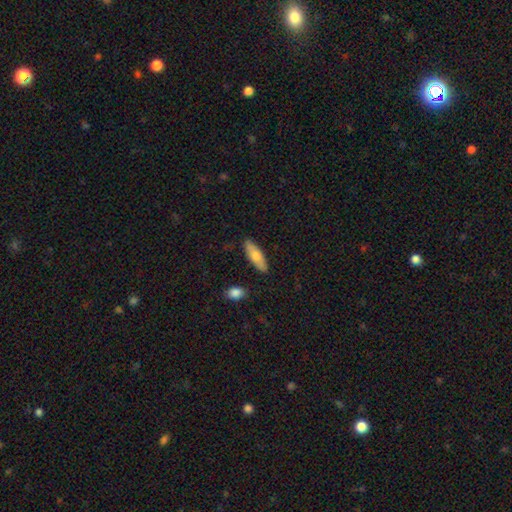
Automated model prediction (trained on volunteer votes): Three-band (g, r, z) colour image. It shows a smooth galaxy with no disk features (70%) that is in between round and cigar-shaped (53%). Merging: none (87%).